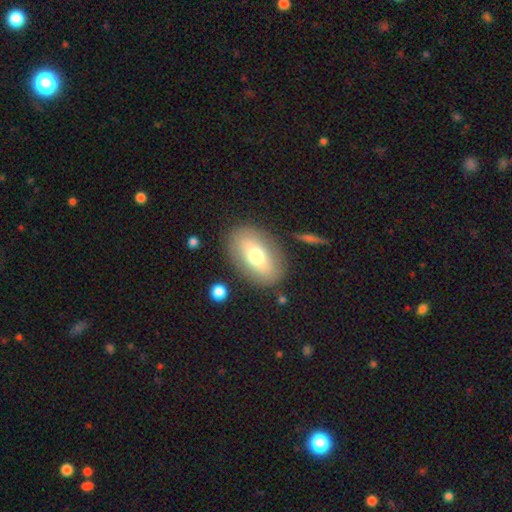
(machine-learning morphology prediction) type=smooth (62%); roundness=in between (88%); merging=none (83%).